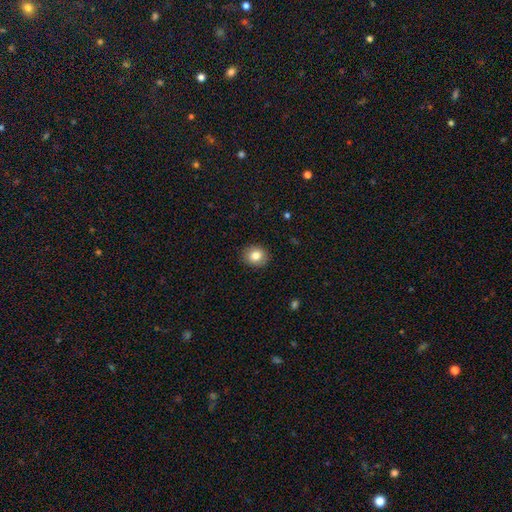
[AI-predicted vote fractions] Smooth or featured?
  - smooth: 82% *
  - star or artifact: 10%
  - featured or disk: 8%
How rounded?
  - round: 75% *
  - in between: 24%
  - cigar-shaped: 1%
Merging?
  - none: 89% *
  - minor disturbance: 8%
  - major disturbance: 2%
  - merger: 1%